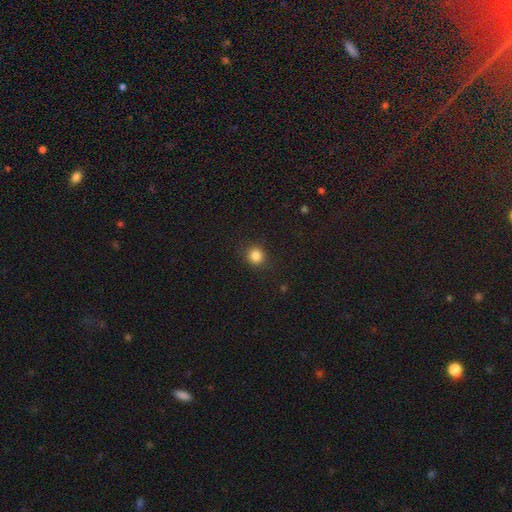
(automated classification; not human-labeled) Smooth or featured? Predicted: smooth (p=0.84). How rounded? Predicted: round (p=0.88). Merging? Predicted: none (p=0.88).